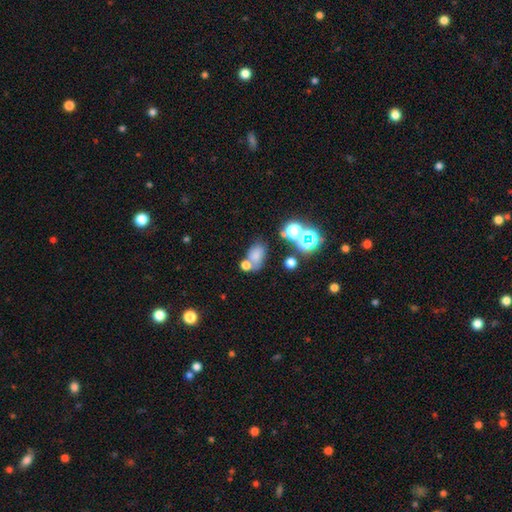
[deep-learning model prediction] smooth_or_featured: smooth (p=0.70) [alt: star or artifact p=0.18]
how_rounded: in between (p=0.78) [alt: round p=0.20]
merging: none (p=0.49) [alt: merger p=0.29]